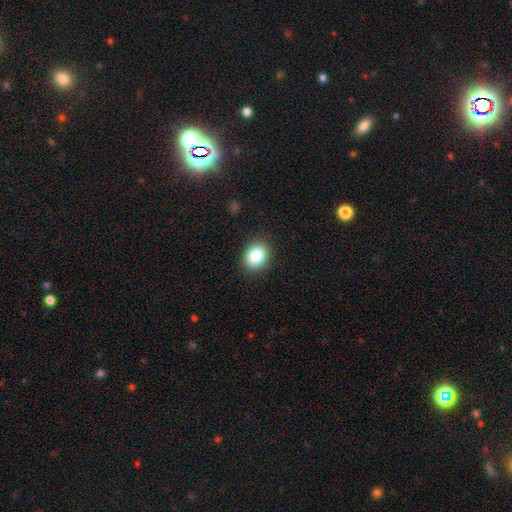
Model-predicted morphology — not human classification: This appears to be a smooth galaxy with no disk features (86%) that is in between round and cigar-shaped (51%). Merging: none (88%).